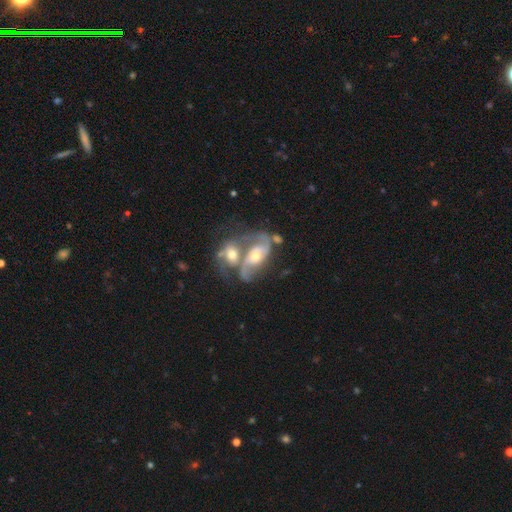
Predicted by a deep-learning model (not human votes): Overall: featured or disk (82%). Edge-on disk: no (96%). Bar: no (51%; weak 34%). Spiral arms: yes (91%). Spiral arm count: 2 (75%). Spiral winding: medium (47%; loose 27%). Bulge size: moderate (58%; small 34%). Merging: merger (70%).